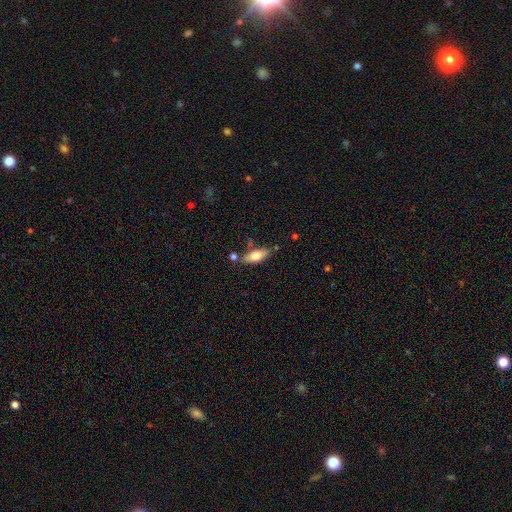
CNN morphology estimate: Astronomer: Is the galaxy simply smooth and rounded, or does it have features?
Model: smooth — 68%.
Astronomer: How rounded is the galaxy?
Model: in between — 72%.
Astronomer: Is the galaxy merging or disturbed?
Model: none — 68%.